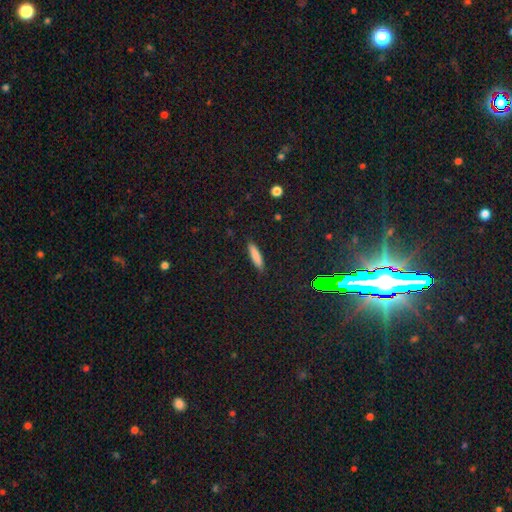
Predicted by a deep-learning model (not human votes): Smooth or featured?
  - smooth: 82% *
  - featured or disk: 9%
  - star or artifact: 9%
How rounded?
  - cigar-shaped: 78% *
  - in between: 21%
  - round: 2%
Merging?
  - none: 88% *
  - minor disturbance: 9%
  - major disturbance: 2%
  - merger: 1%